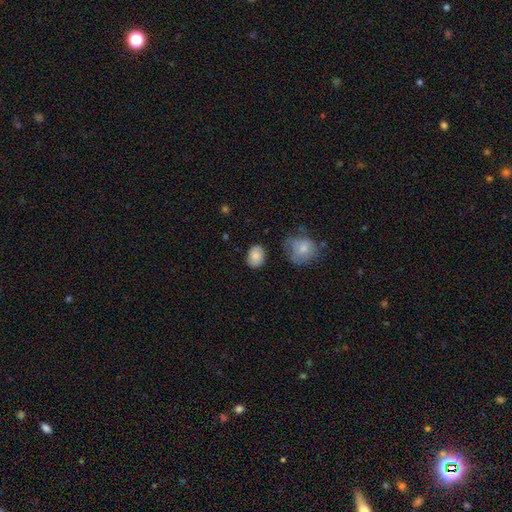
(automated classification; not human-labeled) Smooth or featured? Predicted: smooth (p=0.83). How rounded? Predicted: in between (p=0.66). Merging? Predicted: none (p=0.76).